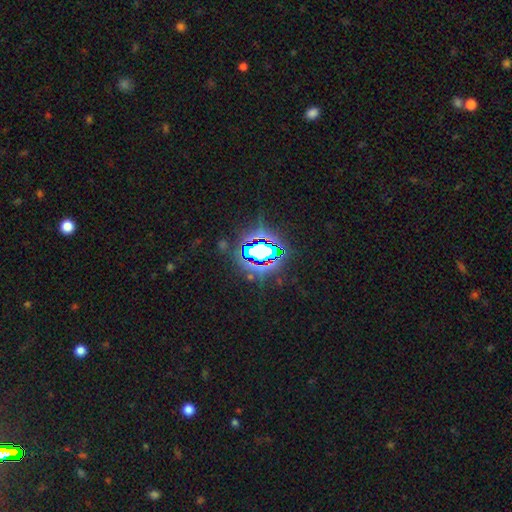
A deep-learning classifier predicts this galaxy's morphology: Smooth or featured: star or artifact — 79% (smooth — 12%)